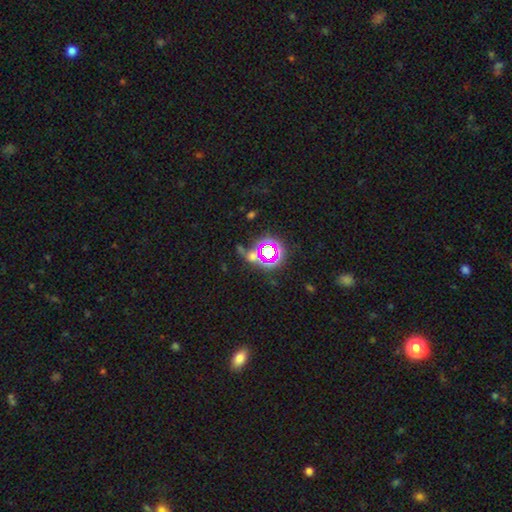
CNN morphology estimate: type=star or artifact (68%).